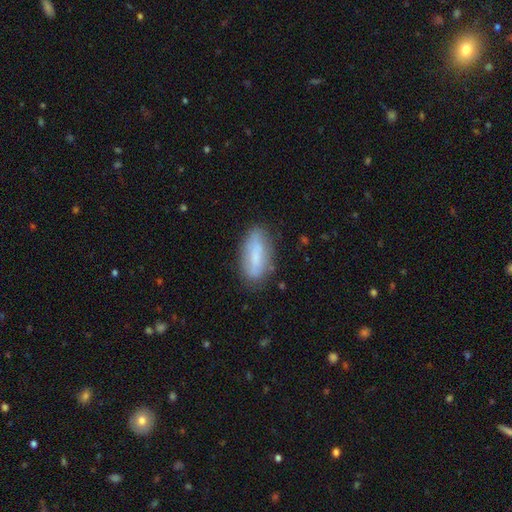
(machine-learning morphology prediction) type=smooth (66%); roundness=in between (77%); merging=none (75%).